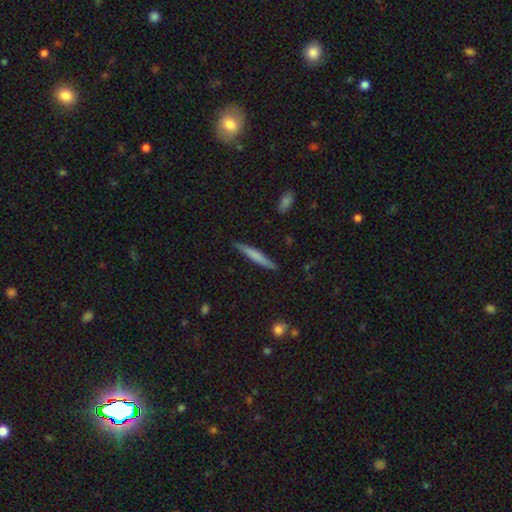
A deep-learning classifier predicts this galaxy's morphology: The model was most divided on "smooth or featured": smooth: 64%, featured or disk: 30%, star or artifact: 6%. More confident: how rounded — cigar-shaped (94%); merging — none (87%).